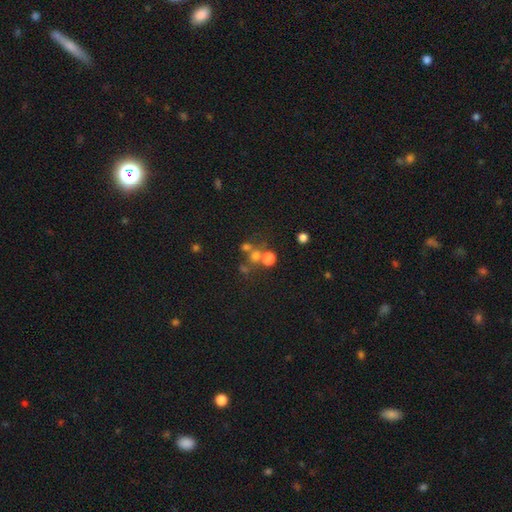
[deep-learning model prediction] This is likely a smooth galaxy (61%). How rounded: clearly round (85%). Merging: possibly none (52%).